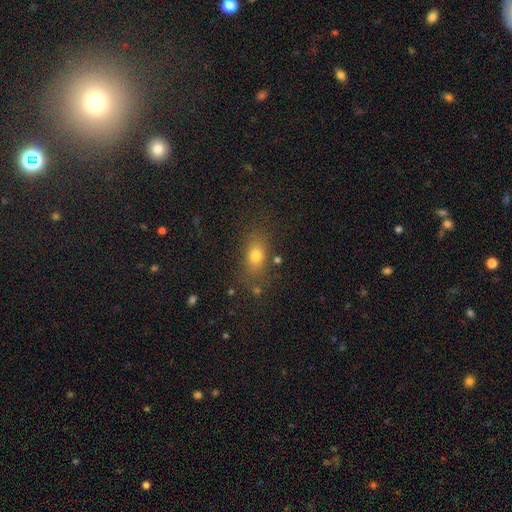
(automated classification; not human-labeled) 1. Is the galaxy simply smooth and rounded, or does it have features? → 74% smooth, 14% star or artifact, 12% featured or disk.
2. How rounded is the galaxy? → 70% in between, 20% round, 10% cigar-shaped.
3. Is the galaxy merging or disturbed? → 75% none, 15% minor disturbance, 6% major disturbance, 4% merger.